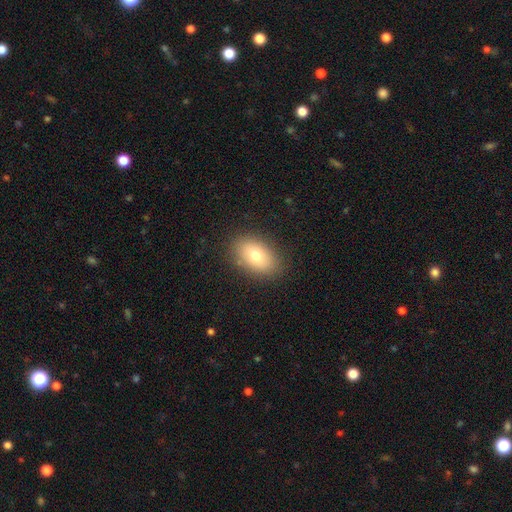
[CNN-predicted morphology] Smooth or featured? Predicted: smooth (p=0.75). How rounded? Predicted: in between (p=0.87). Merging? Predicted: none (p=0.86).